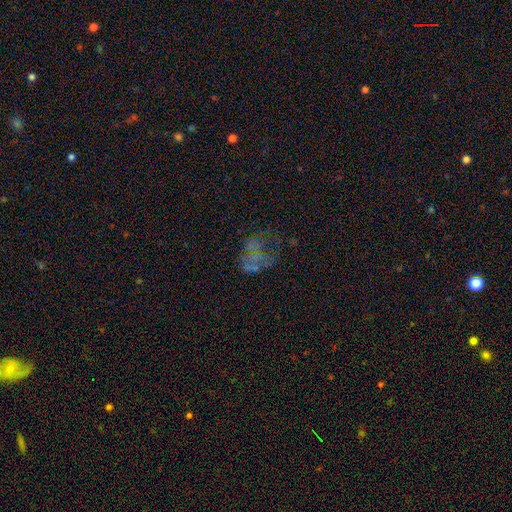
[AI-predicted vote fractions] smooth-or-featured: featured or disk: 43% | smooth: 31% | star or artifact: 26%
  merging: none: 40% | major disturbance: 35% | minor disturbance: 17% | merger: 8%